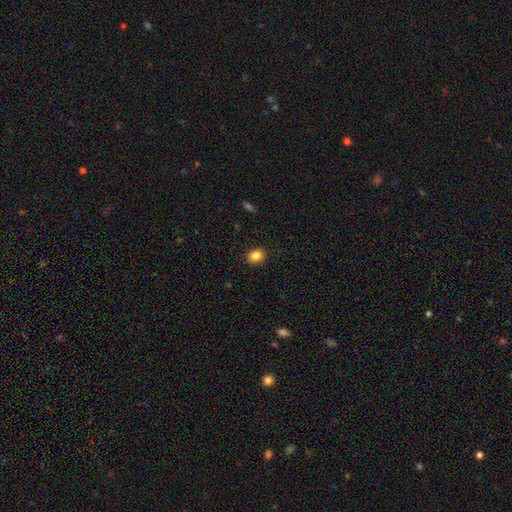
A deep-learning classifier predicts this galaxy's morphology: Smooth or featured?
  - smooth: 85% *
  - star or artifact: 10%
  - featured or disk: 4%
How rounded?
  - round: 62% *
  - in between: 37%
  - cigar-shaped: 1%
Merging?
  - none: 90% *
  - minor disturbance: 7%
  - major disturbance: 2%
  - merger: 1%